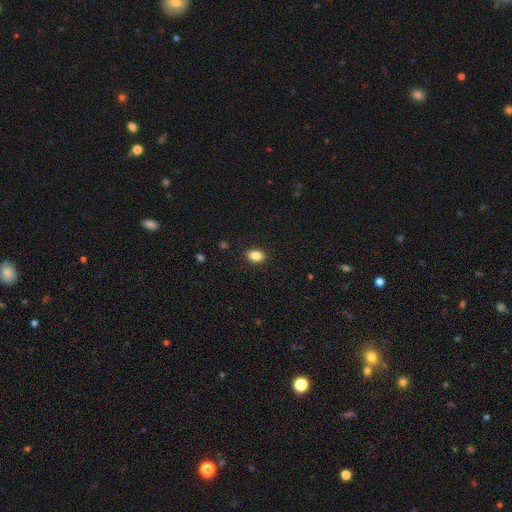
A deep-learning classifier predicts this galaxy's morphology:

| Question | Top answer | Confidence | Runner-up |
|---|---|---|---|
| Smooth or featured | smooth | 87% | star or artifact (9%) |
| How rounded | in between | 74% | round (25%) |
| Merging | none | 89% | minor disturbance (8%) |